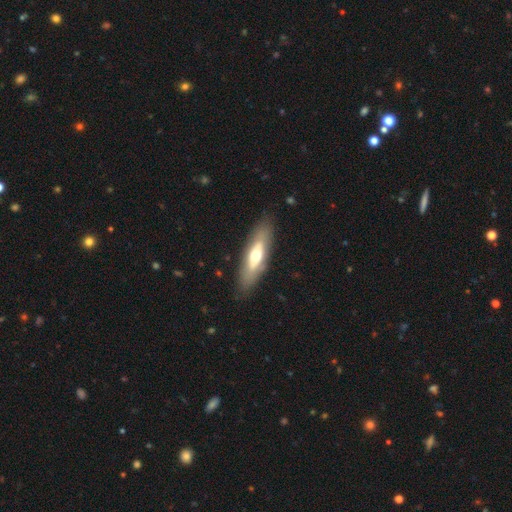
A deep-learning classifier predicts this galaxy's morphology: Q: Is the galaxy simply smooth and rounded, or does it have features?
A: smooth — 49%.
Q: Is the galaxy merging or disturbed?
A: none — 83%.